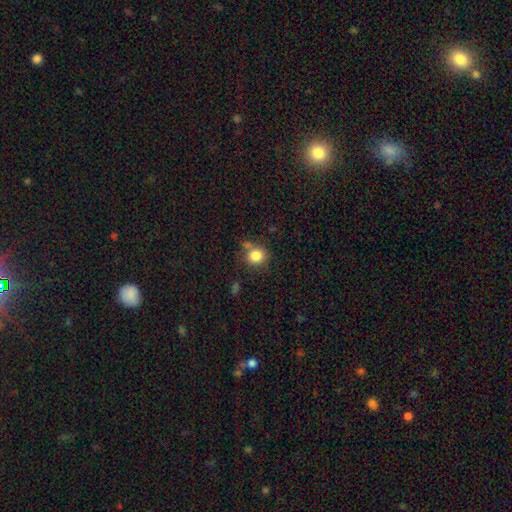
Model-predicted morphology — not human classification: The model was most divided on "merging": none: 65%, minor disturbance: 16%, merger: 14%, major disturbance: 5%. More confident: smooth or featured — smooth (83%); how rounded — round (81%).